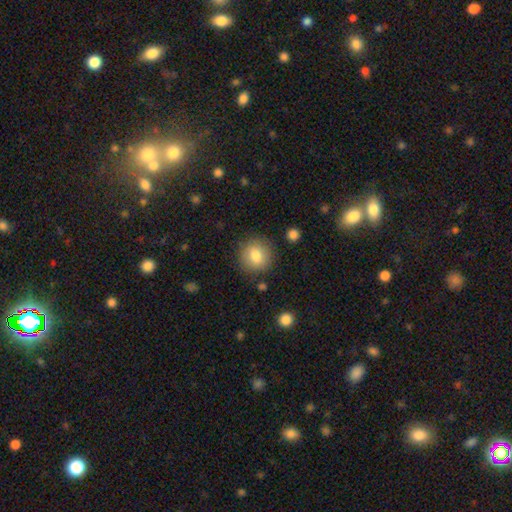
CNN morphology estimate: The model was most divided on "smooth or featured": smooth: 81%, featured or disk: 11%, star or artifact: 9%. More confident: how rounded — round (88%); merging — none (85%).